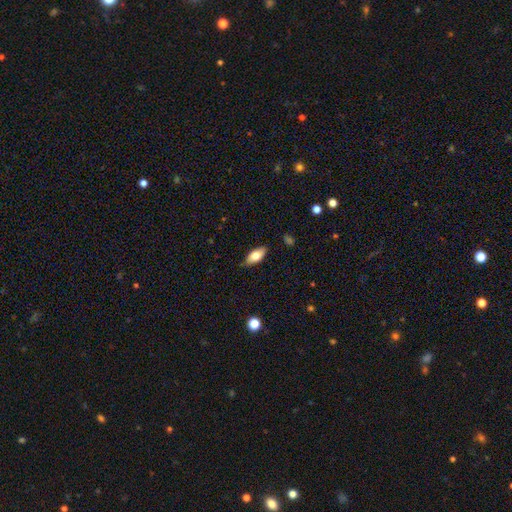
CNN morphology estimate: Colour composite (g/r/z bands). It shows a smooth galaxy with no disk features (74%) that is in between round and cigar-shaped (88%). Merging: none (83%).